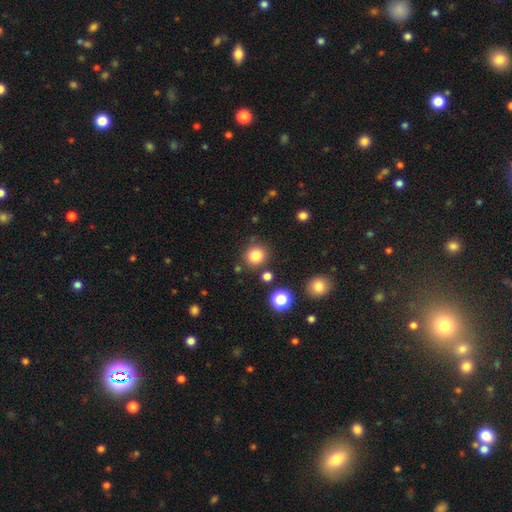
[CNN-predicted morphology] type=smooth (82%); roundness=round (89%); merging=none (82%).